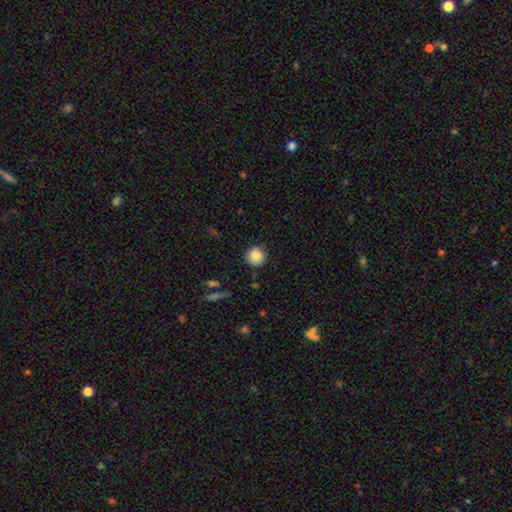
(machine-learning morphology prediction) Smooth or featured? smooth (87%)
How rounded? round (93%)
Merging? none (84%)